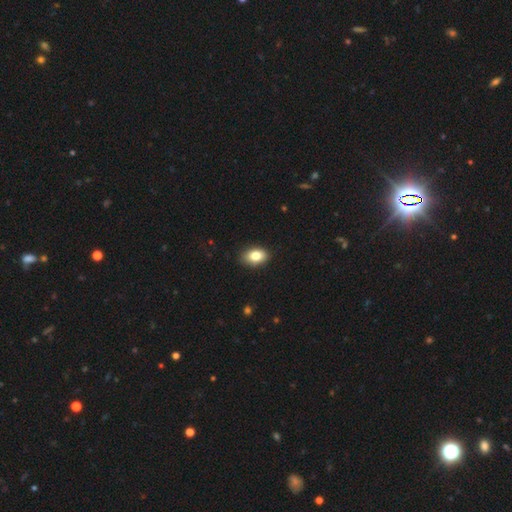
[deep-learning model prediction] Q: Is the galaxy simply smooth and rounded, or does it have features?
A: smooth — 83%.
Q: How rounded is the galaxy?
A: in between — 85%.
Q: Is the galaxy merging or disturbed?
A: none — 87%.